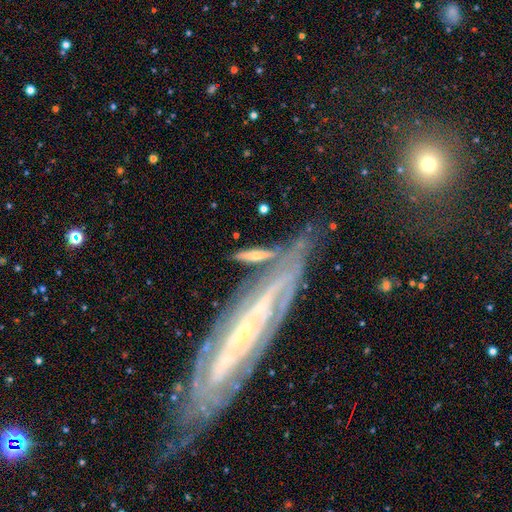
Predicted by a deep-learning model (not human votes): Q: Smooth or featured?
A: featured or disk (51%); runner-up: smooth (41%)
Q: Edge-on disk?
A: yes (69%); runner-up: no (31%)
Q: Merging?
A: none (63%); runner-up: minor disturbance (17%)